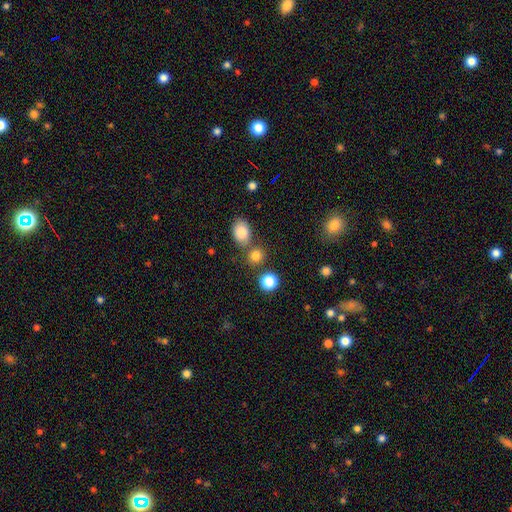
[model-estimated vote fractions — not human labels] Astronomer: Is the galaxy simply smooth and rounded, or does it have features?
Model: smooth — 82%.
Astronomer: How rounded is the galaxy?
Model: round — 74%.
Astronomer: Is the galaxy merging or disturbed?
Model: none — 66%.